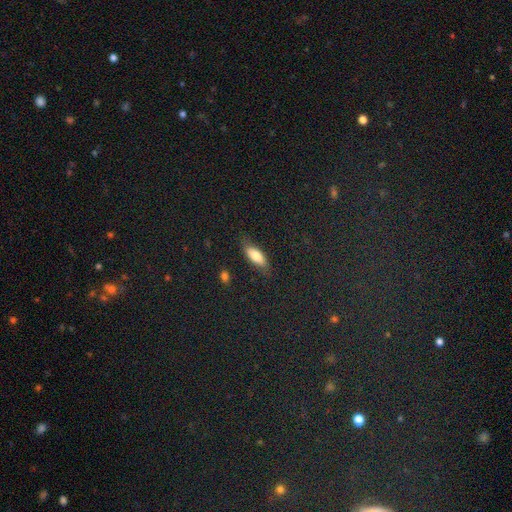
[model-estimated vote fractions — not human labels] Q: Smooth or featured?
A: smooth (77%); runner-up: featured or disk (16%)
Q: How rounded?
A: in between (72%); runner-up: cigar-shaped (25%)
Q: Merging?
A: none (77%); runner-up: minor disturbance (17%)